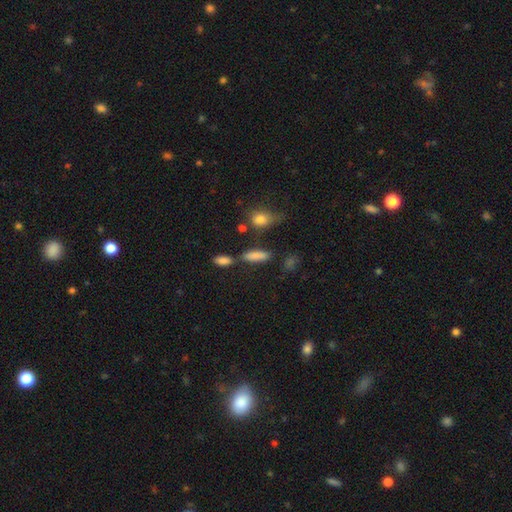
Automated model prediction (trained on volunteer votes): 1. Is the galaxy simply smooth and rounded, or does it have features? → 80% smooth, 10% star or artifact, 10% featured or disk.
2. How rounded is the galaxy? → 48% in between (tied), 48% cigar-shaped (tied), 4% round.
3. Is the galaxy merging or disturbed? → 62% none, 16% minor disturbance, 16% merger, 6% major disturbance.